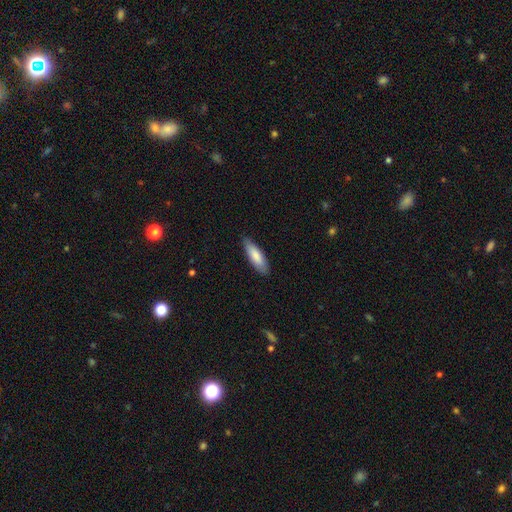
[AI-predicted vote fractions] Morphology: type=smooth (83%); roundness=cigar-shaped (50%); merging=none (86%).